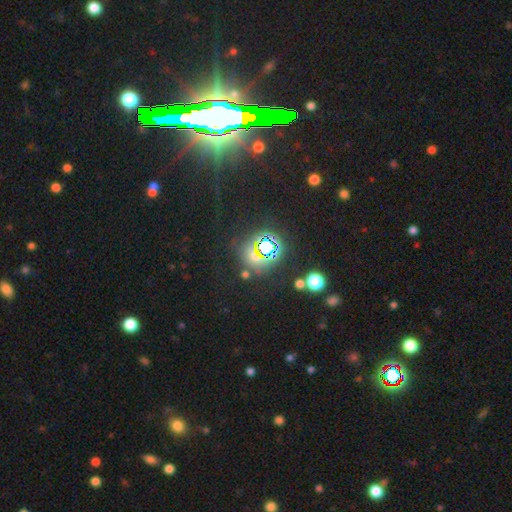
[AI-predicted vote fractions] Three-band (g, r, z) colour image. It shows a star or artifact, not a galaxy (63%).